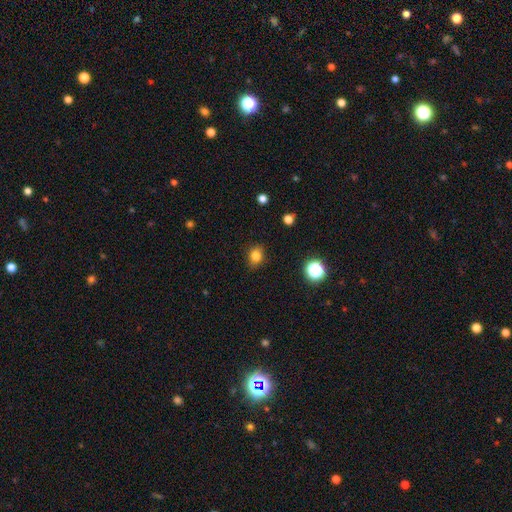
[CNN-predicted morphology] Q: Smooth or featured?
A: smooth (81%); runner-up: star or artifact (13%)
Q: How rounded?
A: round (60%); runner-up: in between (39%)
Q: Merging?
A: none (85%); runner-up: minor disturbance (12%)